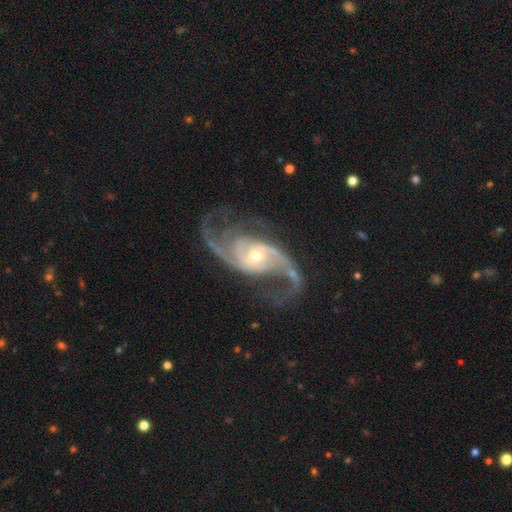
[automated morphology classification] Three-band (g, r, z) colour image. It shows a featured or disk galaxy (93%) with no bar (52%), 2 (78%) medium (49%) spiral arms (98%) and a small central bulge (56%). Merging: none (70%).